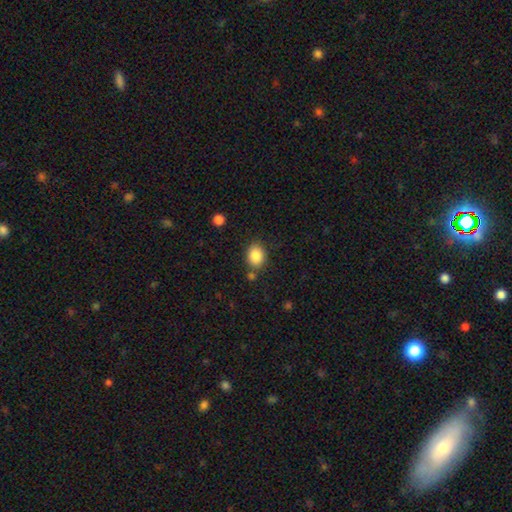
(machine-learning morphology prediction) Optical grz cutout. It shows a smooth galaxy with no disk features (87%) that is in between round and cigar-shaped (56%). Merging: none (77%).